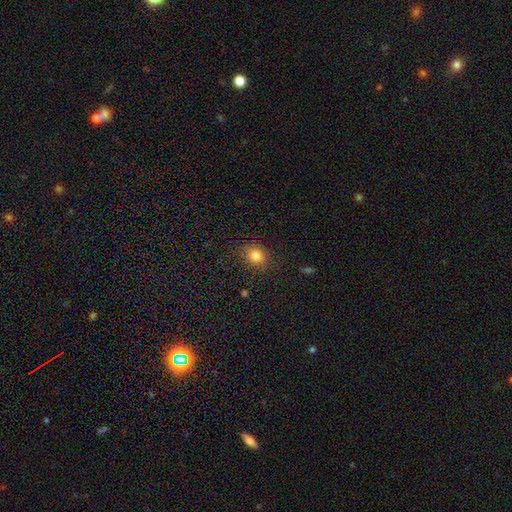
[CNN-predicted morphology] type=smooth (82%); roundness=round (70%); merging=none (86%).